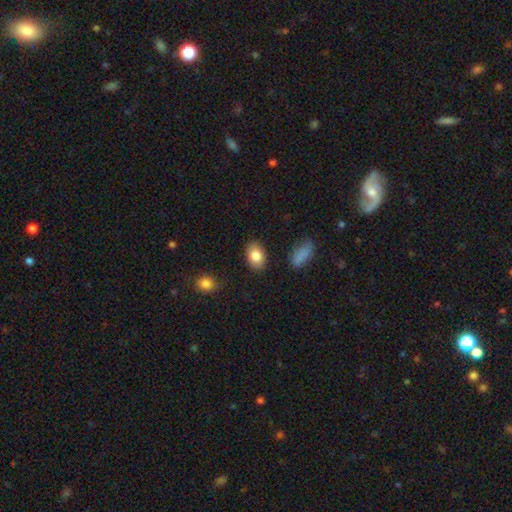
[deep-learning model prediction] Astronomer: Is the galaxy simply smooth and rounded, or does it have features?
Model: smooth — 83%.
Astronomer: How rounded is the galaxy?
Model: in between — 86%.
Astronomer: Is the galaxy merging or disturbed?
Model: none — 86%.